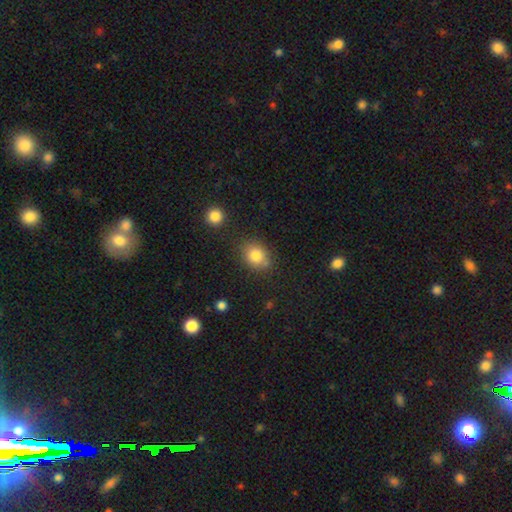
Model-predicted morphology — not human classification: smooth_or_featured: smooth (p=0.82) [alt: star or artifact p=0.10]
how_rounded: round (p=0.56) [alt: in between p=0.43]
merging: none (p=0.71) [alt: minor disturbance p=0.18]